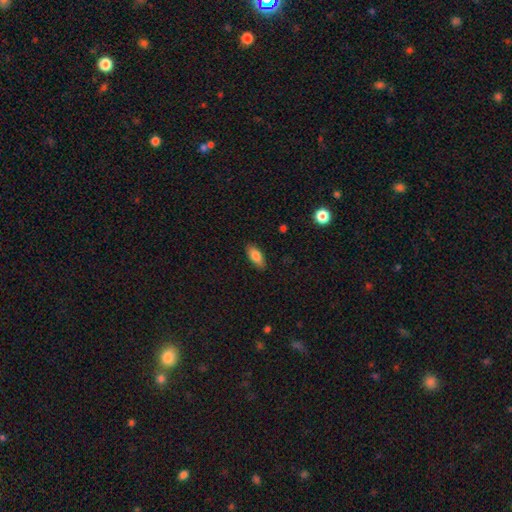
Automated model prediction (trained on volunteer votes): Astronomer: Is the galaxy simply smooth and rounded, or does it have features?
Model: smooth — 82%.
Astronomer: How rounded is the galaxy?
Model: in between — 86%.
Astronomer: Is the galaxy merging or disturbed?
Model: none — 87%.